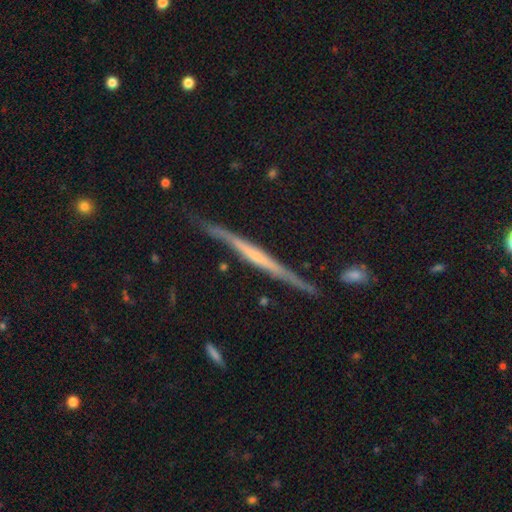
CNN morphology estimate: Overall: featured or disk (74%). Edge-on disk: yes (97%). Edge-on bulge: none (56%; rounded 30%). Merging: none (79%).